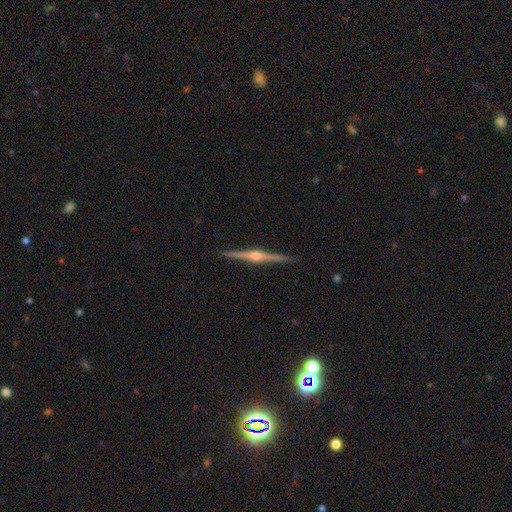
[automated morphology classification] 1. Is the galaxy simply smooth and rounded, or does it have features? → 88% featured or disk, 7% smooth, 5% star or artifact.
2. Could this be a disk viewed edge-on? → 99% yes, 1% no.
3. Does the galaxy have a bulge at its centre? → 90% rounded, 6% boxy, 3% none.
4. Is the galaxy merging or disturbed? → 93% none, 5% minor disturbance, 1% major disturbance, 1% merger.